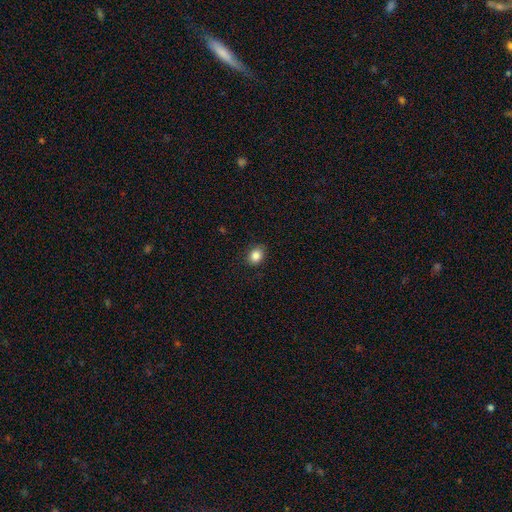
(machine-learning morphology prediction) This appears to be a smooth galaxy with no disk features (85%) that is round (51%). Merging: none (87%).